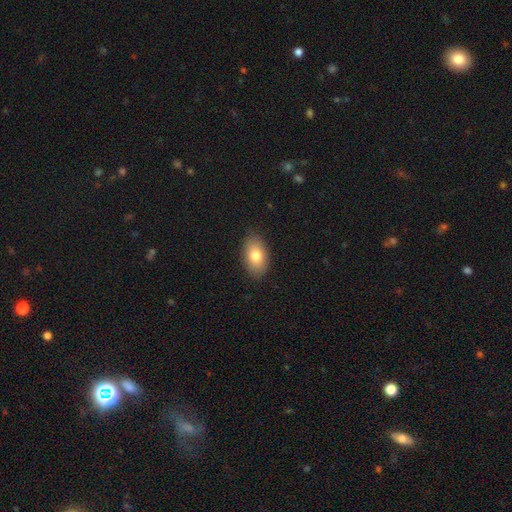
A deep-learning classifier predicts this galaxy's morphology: type=smooth (79%); roundness=in between (91%); merging=none (87%).